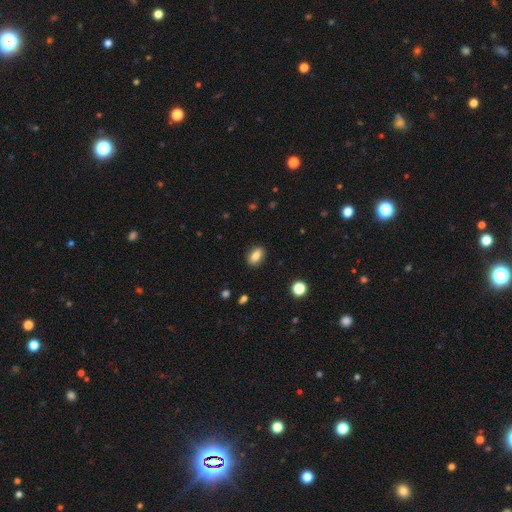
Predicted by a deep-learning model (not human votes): Smooth or featured: smooth — 82% (featured or disk — 9%)
How rounded: in between — 83% (round — 15%)
Merging: none — 88% (minor disturbance — 9%)